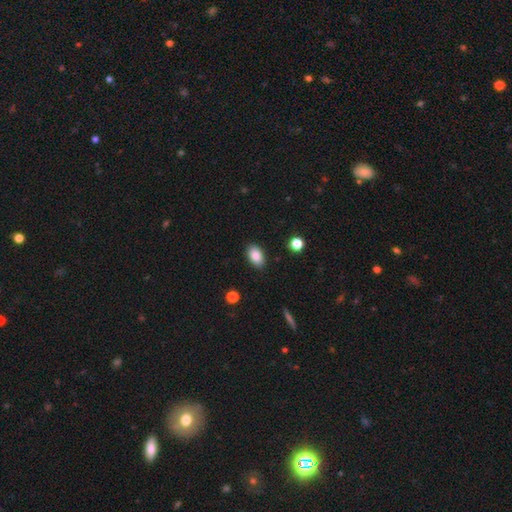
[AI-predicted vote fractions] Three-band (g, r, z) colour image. It shows a smooth galaxy with no disk features (86%) that is in between round and cigar-shaped (90%). Merging: none (88%).